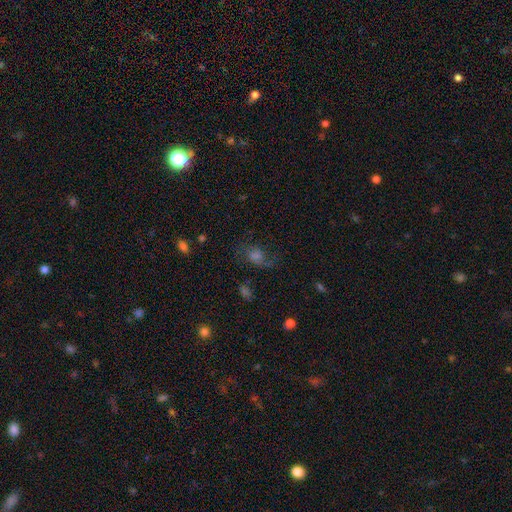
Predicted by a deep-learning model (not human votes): Morphology: type=featured or disk (50%); merging=none (59%).